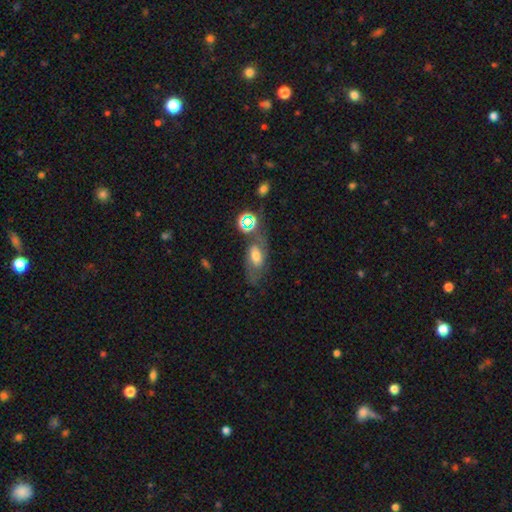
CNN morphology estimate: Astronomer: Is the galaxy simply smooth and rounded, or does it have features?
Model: smooth — 43% (runner-up: featured or disk, 41%).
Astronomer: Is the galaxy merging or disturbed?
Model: none — 51%.